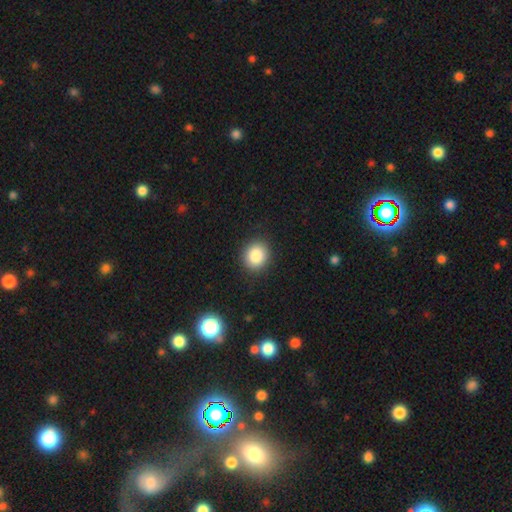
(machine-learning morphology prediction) A smooth galaxy with no disk features (85%) that is round (76%). Merging: none (90%).